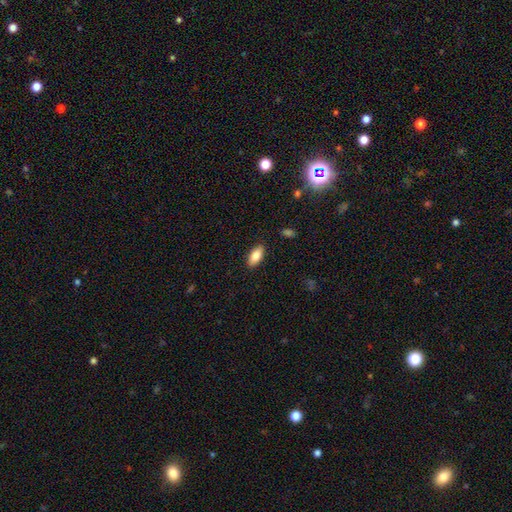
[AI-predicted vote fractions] Smooth or featured?
  - smooth: 84% *
  - featured or disk: 9%
  - star or artifact: 7%
How rounded?
  - in between: 89% *
  - cigar-shaped: 9%
  - round: 2%
Merging?
  - none: 89% *
  - minor disturbance: 8%
  - major disturbance: 2%
  - merger: 1%